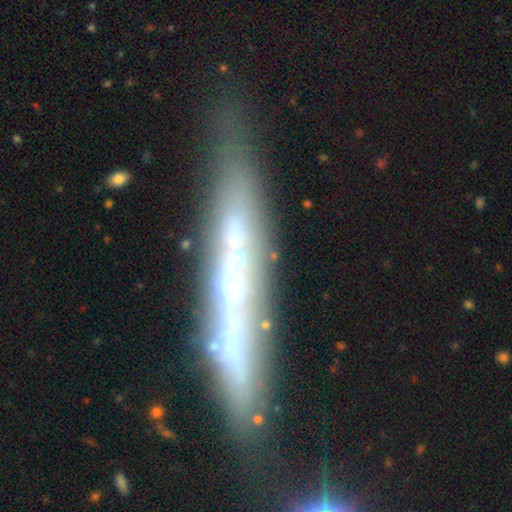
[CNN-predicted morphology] smooth-or-featured: featured or disk: 62% | smooth: 26% | star or artifact: 11%
  disk-edge-on: yes: 75% | no: 25%
  merging: none: 71% | minor disturbance: 16% | major disturbance: 7% | merger: 6%